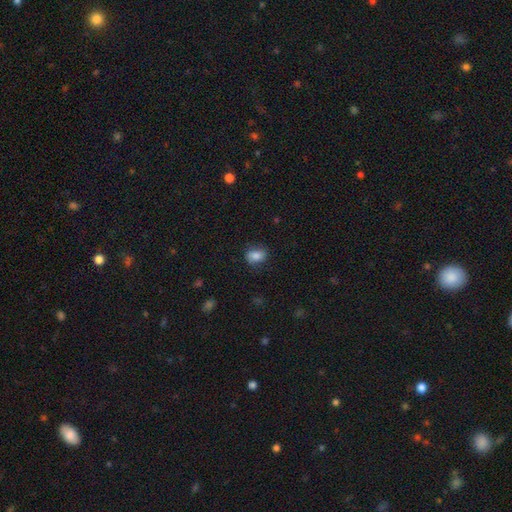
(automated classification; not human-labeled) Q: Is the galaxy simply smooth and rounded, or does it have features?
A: smooth — 80%.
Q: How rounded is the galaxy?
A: in between — 69%.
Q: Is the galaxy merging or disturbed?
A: none — 73%.